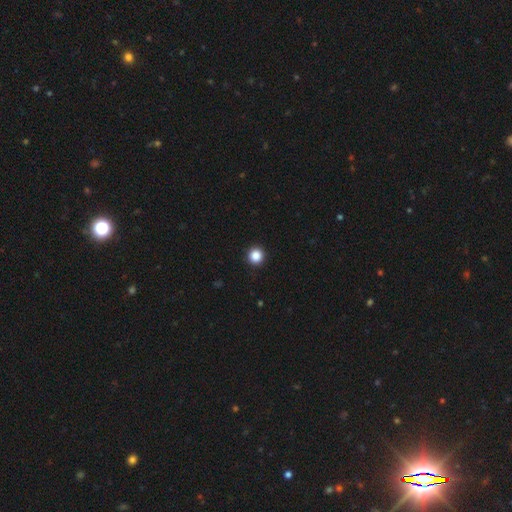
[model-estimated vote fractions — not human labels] smooth-or-featured: smooth: 87% | star or artifact: 11% | featured or disk: 3%
  how-rounded: round: 95% | in between: 4% | cigar-shaped: 1%
  merging: none: 93% | minor disturbance: 5% | major disturbance: 2% | merger: 1%